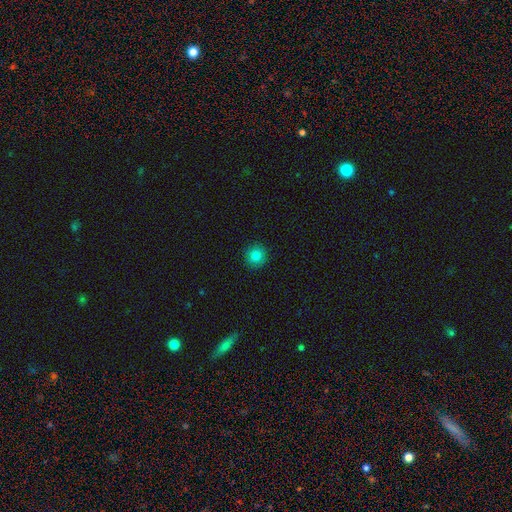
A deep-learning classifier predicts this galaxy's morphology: A smooth galaxy with no disk features (81%) that is round (94%).

Vote fractions:
- Smooth or featured? smooth: 81% / star or artifact: 12% / featured or disk: 7%
- How rounded? round: 94% / in between: 5% / cigar-shaped: 1%
- Merging? none: 92% / minor disturbance: 5% / major disturbance: 2% / merger: 1%